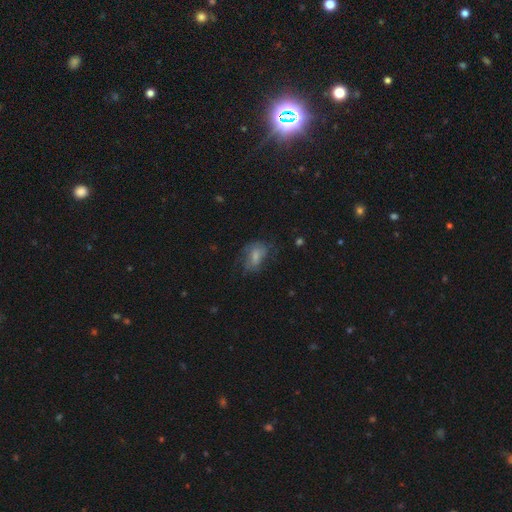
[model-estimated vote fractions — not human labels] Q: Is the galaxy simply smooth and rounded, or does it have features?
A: smooth — 60%.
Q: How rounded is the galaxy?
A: in between — 82%.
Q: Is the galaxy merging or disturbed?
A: none — 47%.